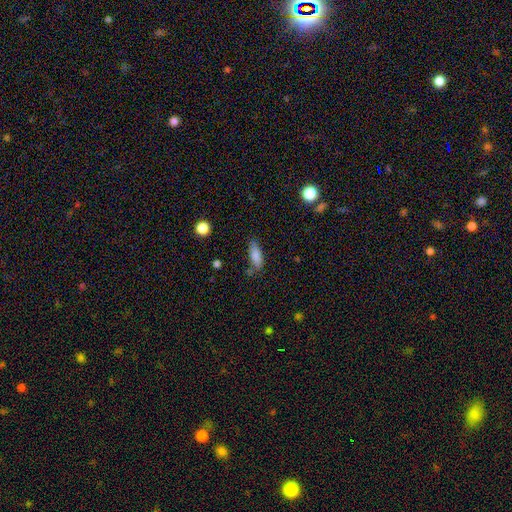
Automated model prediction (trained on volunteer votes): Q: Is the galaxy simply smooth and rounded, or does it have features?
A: smooth — 84%.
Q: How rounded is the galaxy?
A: in between — 62%.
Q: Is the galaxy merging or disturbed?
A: none — 70%.